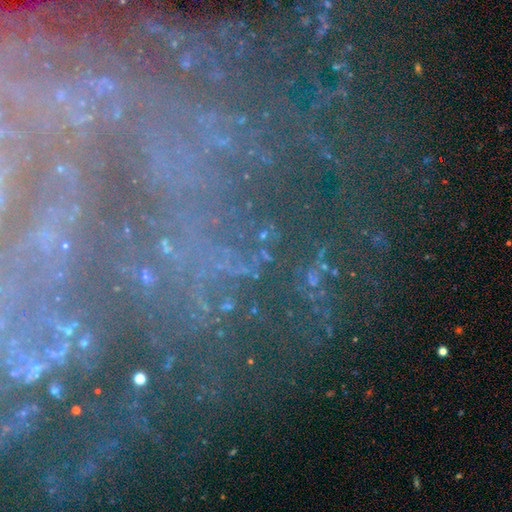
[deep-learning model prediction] Smooth or featured: featured or disk — 52% (star or artifact — 36%)
Edge-on disk: no — 91% (yes — 9%)
Merging: none — 65% (minor disturbance — 15%)